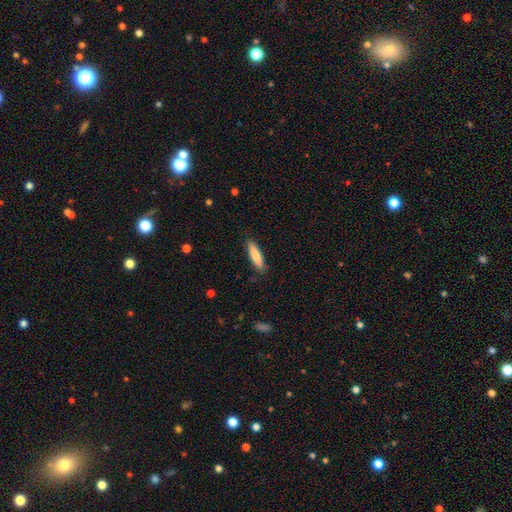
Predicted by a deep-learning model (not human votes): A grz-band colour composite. It shows a smooth galaxy with no disk features (81%) that is cigar-shaped (74%). Merging: none (88%).